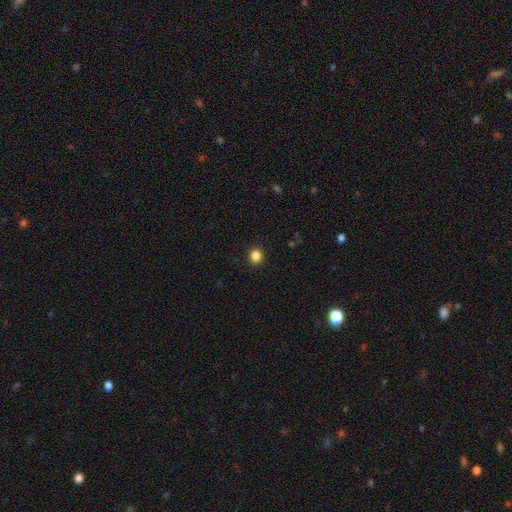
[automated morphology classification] type=smooth (86%); roundness=round (69%); merging=none (92%).